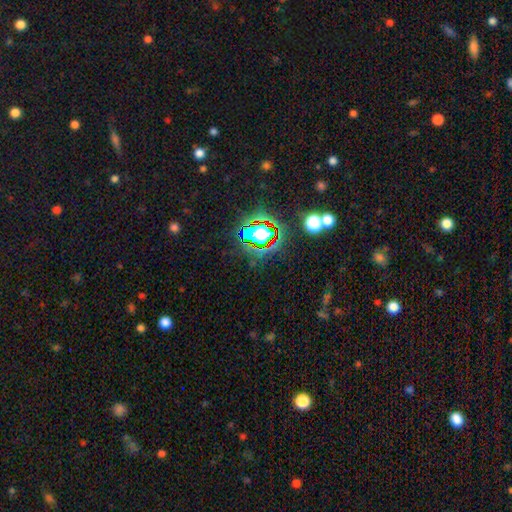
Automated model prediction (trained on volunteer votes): The model was most divided on "smooth or featured": star or artifact: 80%, smooth: 12%, featured or disk: 8%.